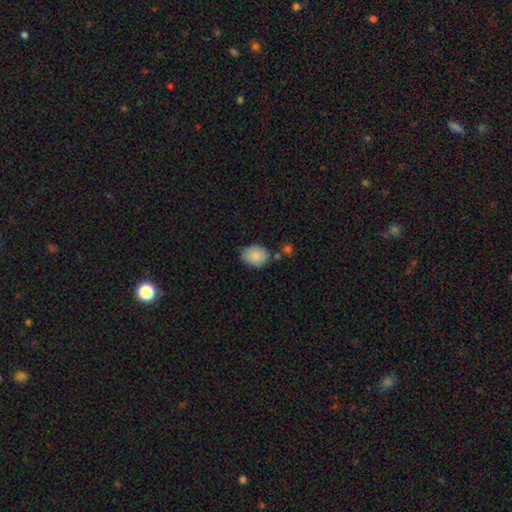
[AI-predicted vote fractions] smooth_or_featured: smooth (p=0.87) [alt: star or artifact p=0.07]
how_rounded: in between (p=0.69) [alt: round p=0.30]
merging: none (p=0.69) [alt: minor disturbance p=0.21]